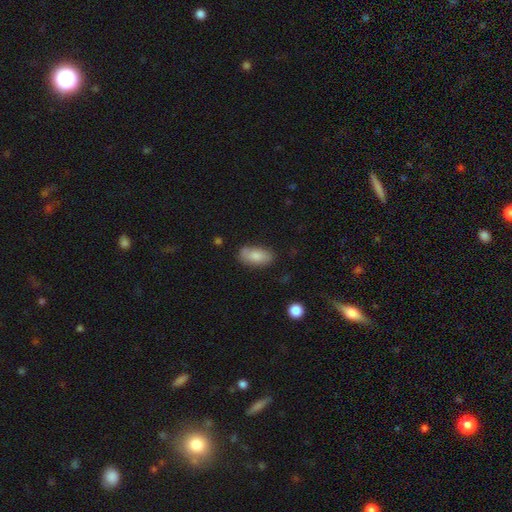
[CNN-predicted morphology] This is clearly a smooth galaxy (82%). How rounded: clearly in between (91%). Merging: likely none (75%).